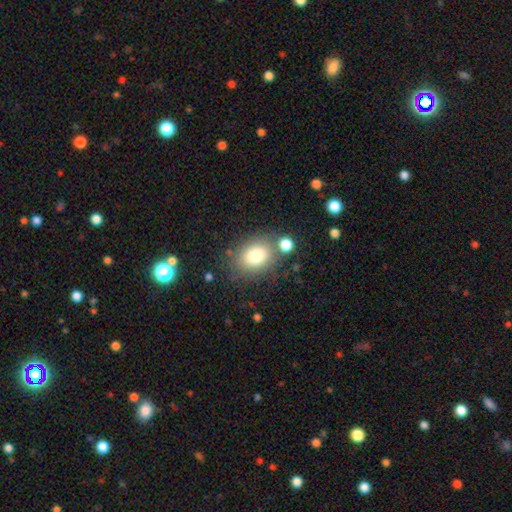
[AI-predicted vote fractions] Overall: smooth (79%). How rounded: in between (62%; round 37%). Merging: none (70%).